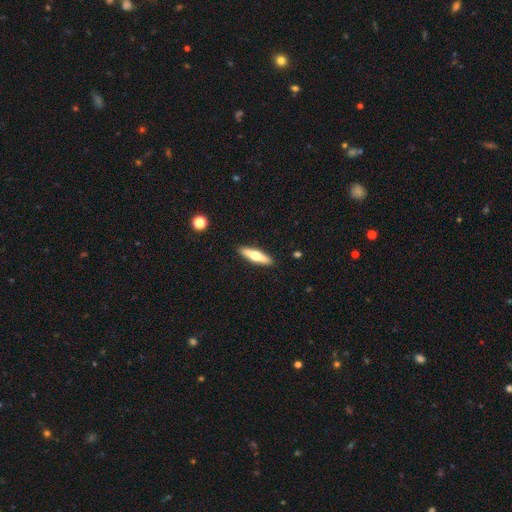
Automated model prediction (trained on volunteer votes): A featured or disk galaxy (47%, tied with smooth).

Vote fractions:
- Smooth or featured? featured or disk: 47% (tied) / smooth: 47% (tied) / star or artifact: 5%
- Merging? none: 91% / minor disturbance: 6% / major disturbance: 2% / merger: 1%